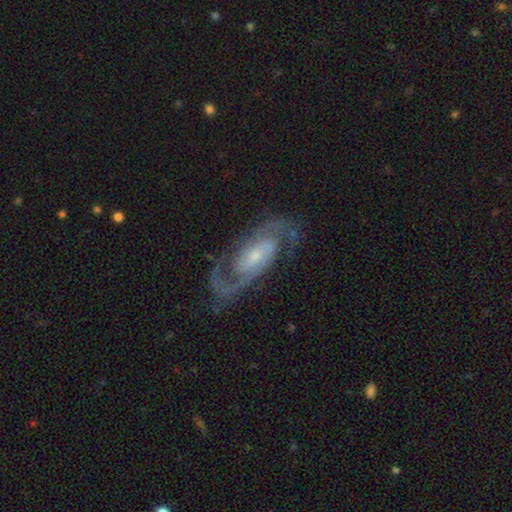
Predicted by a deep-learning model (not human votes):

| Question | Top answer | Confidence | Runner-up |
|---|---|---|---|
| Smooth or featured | featured or disk | 92% | star or artifact (4%) |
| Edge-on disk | no | 96% | yes (4%) |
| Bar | weak | 42% | no (38%) |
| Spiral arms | yes | 98% | no (2%) |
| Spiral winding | medium | 56% | tight (31%) |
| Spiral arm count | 2 | 92% | can't tell (2%) |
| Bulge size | small | 59% | moderate (33%) |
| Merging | none | 81% | minor disturbance (12%) |